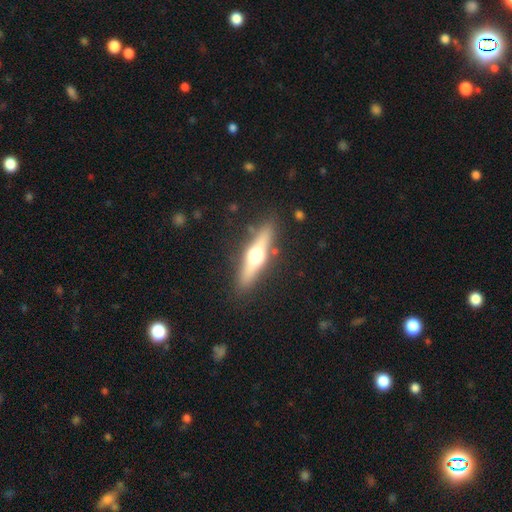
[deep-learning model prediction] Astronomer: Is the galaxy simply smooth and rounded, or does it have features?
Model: featured or disk — 60%.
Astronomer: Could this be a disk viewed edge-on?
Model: yes — 93%.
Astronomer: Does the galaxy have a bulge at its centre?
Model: rounded — 95%.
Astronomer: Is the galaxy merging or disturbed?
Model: none — 86%.